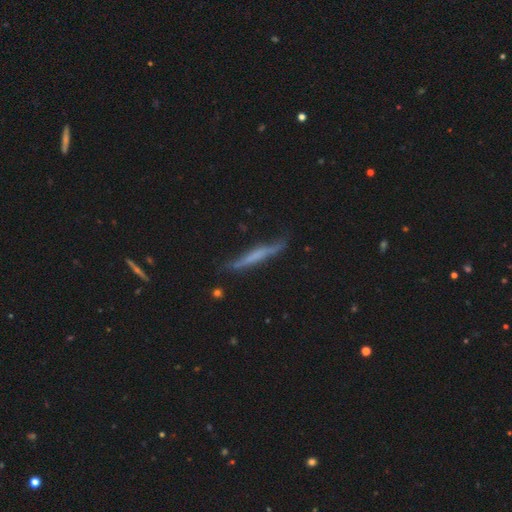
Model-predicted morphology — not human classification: Q: Smooth or featured?
A: featured or disk (49%); runner-up: smooth (43%)
Q: Merging?
A: none (74%); runner-up: minor disturbance (20%)